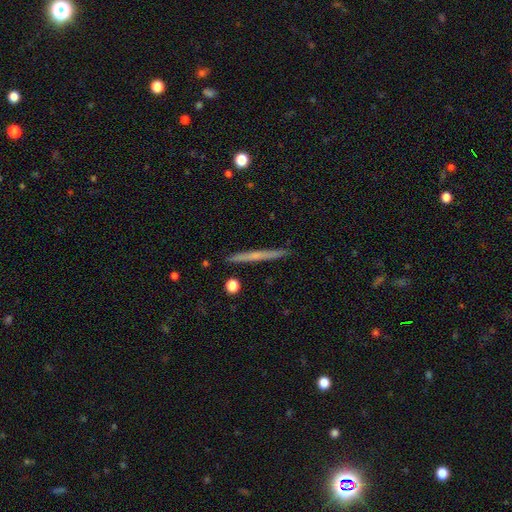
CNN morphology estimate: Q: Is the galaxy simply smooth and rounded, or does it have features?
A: featured or disk — 49%.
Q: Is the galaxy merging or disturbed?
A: none — 91%.